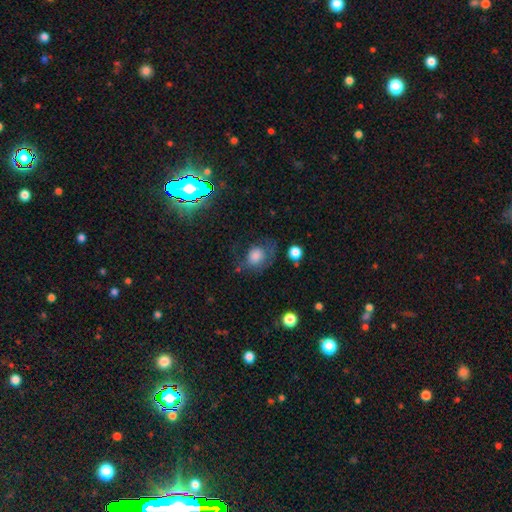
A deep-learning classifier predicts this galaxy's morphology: This appears to be a smooth galaxy with no disk features (64%) that is round (56%). Merging: none (49%).